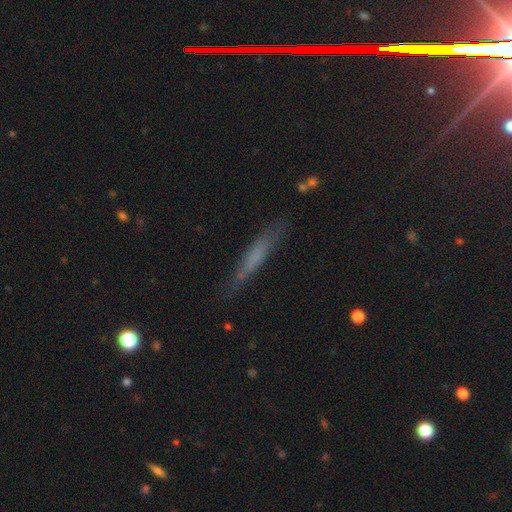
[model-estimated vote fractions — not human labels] Q: Smooth or featured?
A: smooth (55%); runner-up: featured or disk (36%)
Q: How rounded?
A: cigar-shaped (90%); runner-up: in between (8%)
Q: Merging?
A: none (72%); runner-up: minor disturbance (20%)